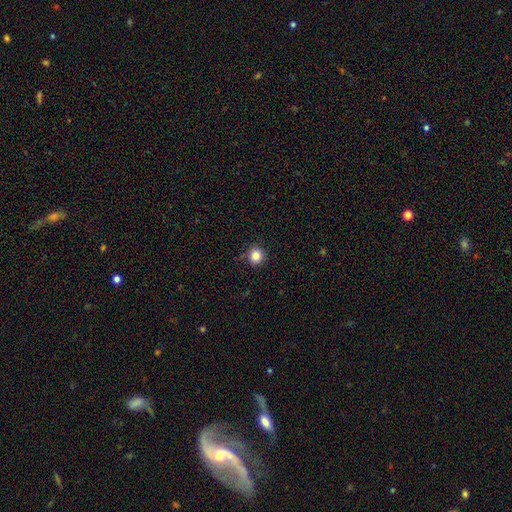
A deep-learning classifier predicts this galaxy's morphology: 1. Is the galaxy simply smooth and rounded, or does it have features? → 85% smooth, 11% star or artifact, 4% featured or disk.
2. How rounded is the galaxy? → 90% round, 9% in between, 1% cigar-shaped.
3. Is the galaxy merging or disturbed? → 83% none, 12% minor disturbance, 3% major disturbance, 1% merger.